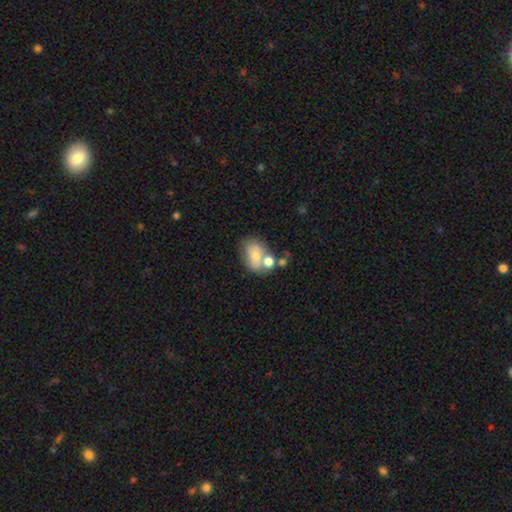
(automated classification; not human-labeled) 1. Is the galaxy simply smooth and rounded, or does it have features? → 65% smooth, 26% featured or disk, 10% star or artifact.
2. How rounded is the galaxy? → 67% in between, 32% round, 1% cigar-shaped.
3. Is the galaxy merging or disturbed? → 41% none, 38% merger, 14% minor disturbance, 7% major disturbance.